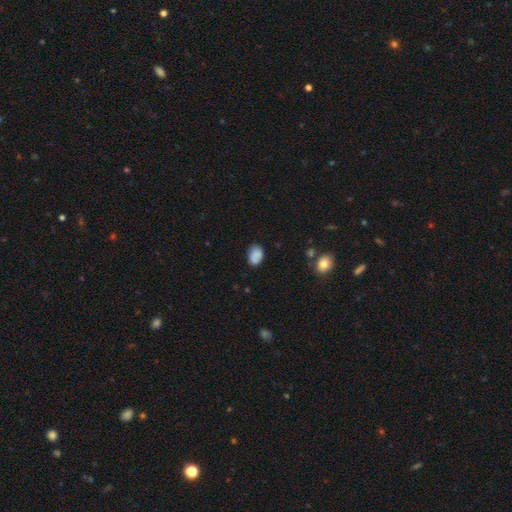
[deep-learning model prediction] This is clearly a smooth galaxy (81%). How rounded: clearly in between (83%). Merging: likely none (74%).